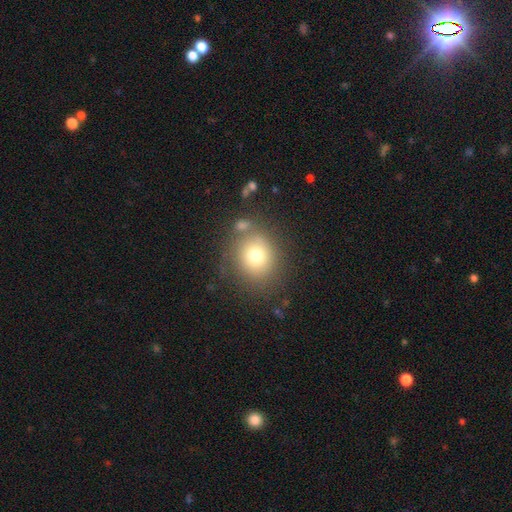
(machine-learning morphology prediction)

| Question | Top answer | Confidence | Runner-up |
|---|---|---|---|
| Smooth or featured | smooth | 74% | featured or disk (13%) |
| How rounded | round | 82% | in between (18%) |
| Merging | none | 73% | minor disturbance (13%) |